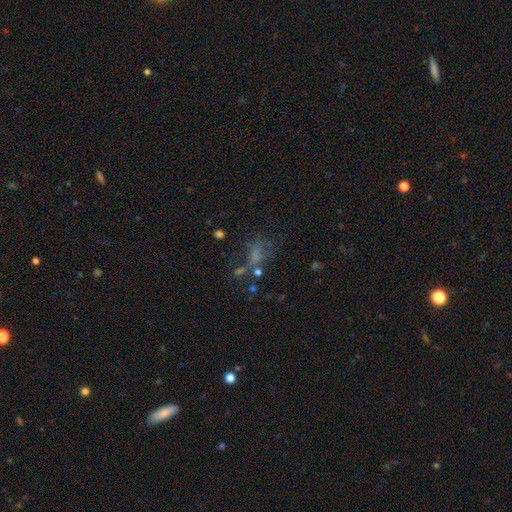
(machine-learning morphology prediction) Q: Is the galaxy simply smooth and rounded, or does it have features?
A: smooth — 35%.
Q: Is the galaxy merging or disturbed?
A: none — 37%.